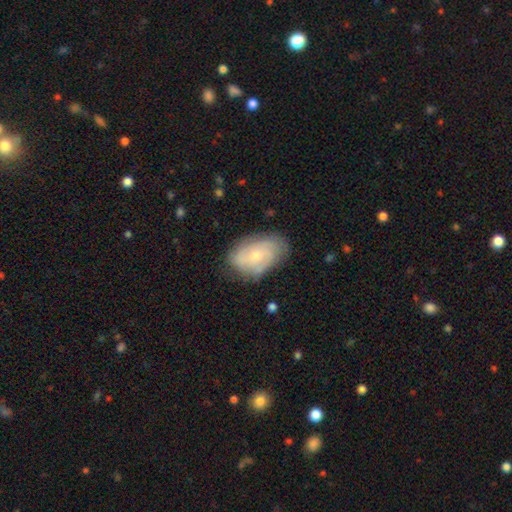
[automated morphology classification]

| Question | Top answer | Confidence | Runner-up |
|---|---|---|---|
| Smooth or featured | featured or disk | 49% | smooth (44%) |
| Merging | none | 68% | minor disturbance (23%) |